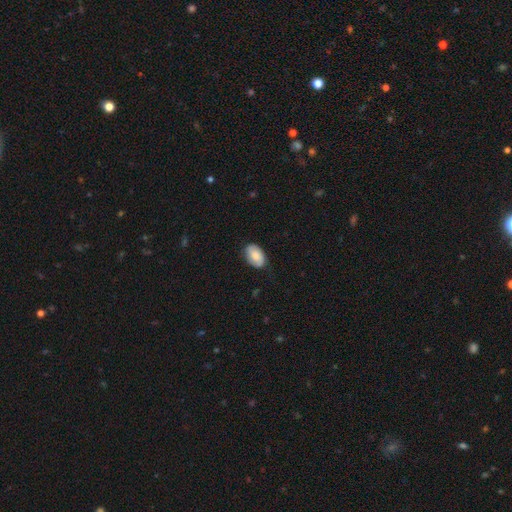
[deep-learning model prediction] smooth 77%, featured or disk 17%, star or artifact 7%. Down the decision tree: how rounded — in between (92%); merging — none (77%).